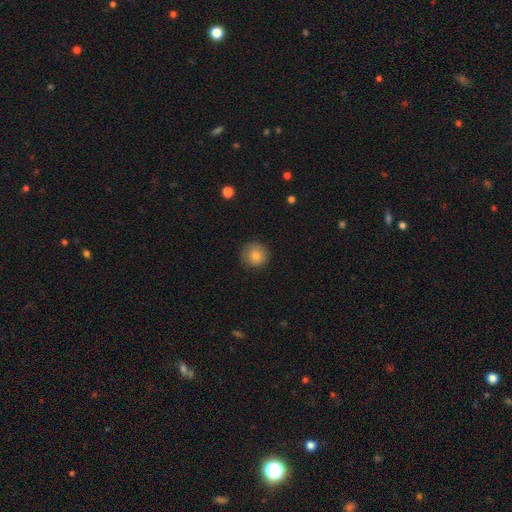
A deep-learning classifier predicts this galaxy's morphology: Smooth or featured?
  - smooth: 80% *
  - featured or disk: 11%
  - star or artifact: 9%
How rounded?
  - round: 94% *
  - in between: 5%
  - cigar-shaped: 1%
Merging?
  - none: 85% *
  - minor disturbance: 12%
  - major disturbance: 3%
  - merger: 1%